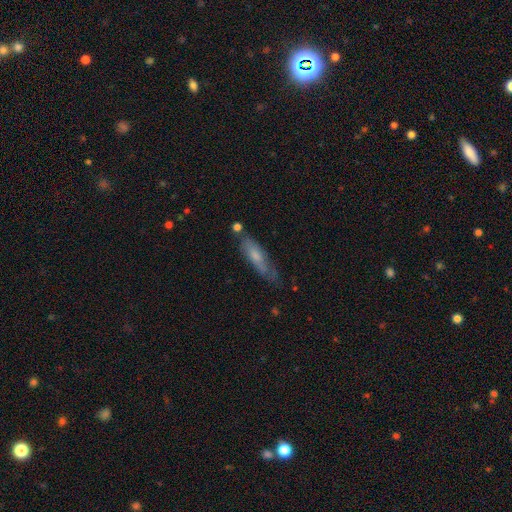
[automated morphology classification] Smooth or featured? smooth (58%)
How rounded? cigar-shaped (64%)
Merging? none (56%)